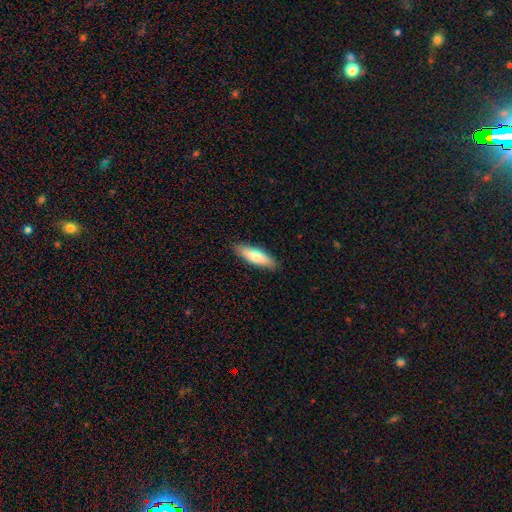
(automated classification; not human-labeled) smooth_or_featured: smooth (p=0.69) [alt: featured or disk p=0.25]
how_rounded: cigar-shaped (p=0.50) [alt: in between p=0.48]
merging: none (p=0.89) [alt: minor disturbance p=0.09]